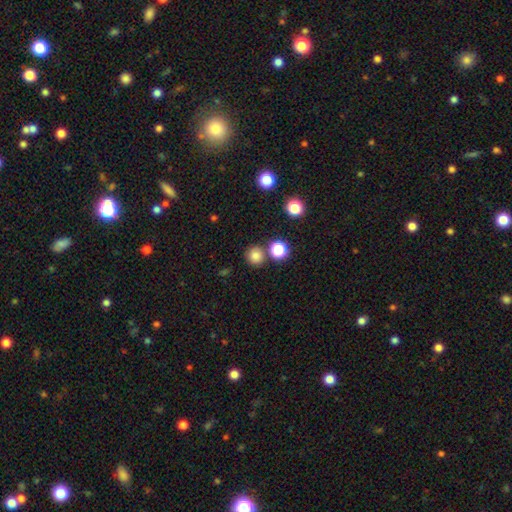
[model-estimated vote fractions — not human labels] Smooth or featured? smooth (80%)
How rounded? round (92%)
Merging? none (78%)